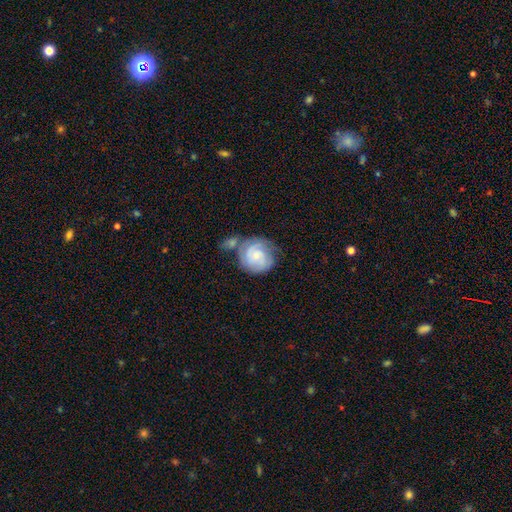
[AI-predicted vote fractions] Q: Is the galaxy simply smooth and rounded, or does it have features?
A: featured or disk — 62%.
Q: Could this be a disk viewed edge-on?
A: no — 98%.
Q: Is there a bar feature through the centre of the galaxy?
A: no — 73%.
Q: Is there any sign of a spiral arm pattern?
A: yes — 88%.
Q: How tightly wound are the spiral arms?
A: tight — 61%.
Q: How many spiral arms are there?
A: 2 — 39%.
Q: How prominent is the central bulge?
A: small — 63%.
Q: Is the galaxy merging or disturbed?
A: none — 40%.